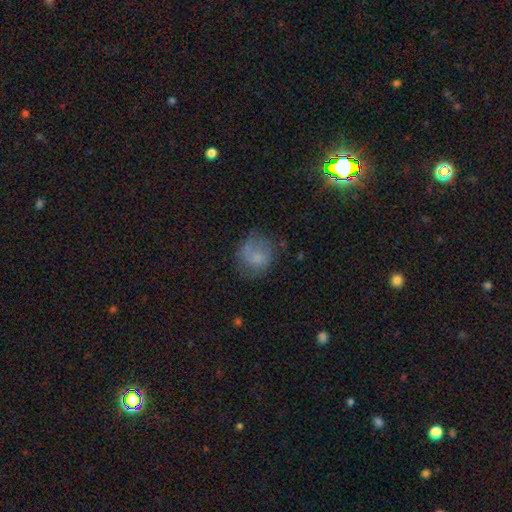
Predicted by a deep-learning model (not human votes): Smooth or featured: smooth — 68% (featured or disk — 21%)
How rounded: round — 77% (in between — 22%)
Merging: none — 58% (minor disturbance — 24%)